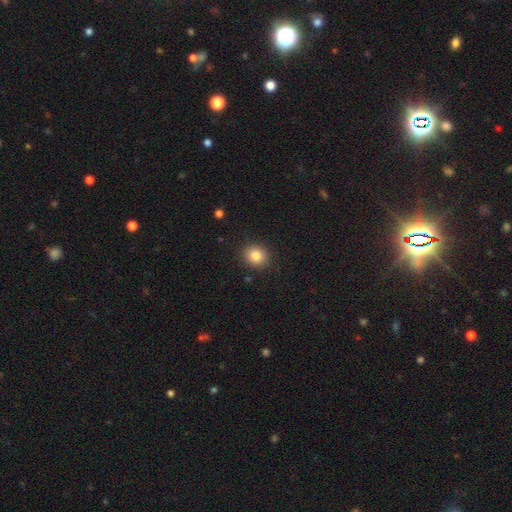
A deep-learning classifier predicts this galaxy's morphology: Smooth or featured?
  - smooth: 85% *
  - star or artifact: 10%
  - featured or disk: 5%
How rounded?
  - round: 76% *
  - in between: 23%
  - cigar-shaped: 1%
Merging?
  - none: 89% *
  - minor disturbance: 7%
  - major disturbance: 2%
  - merger: 1%